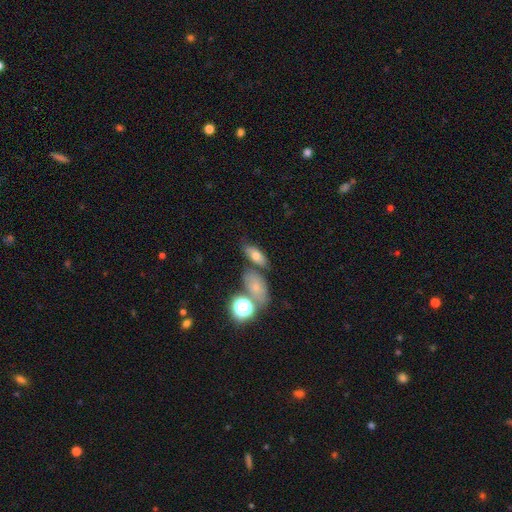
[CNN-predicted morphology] The model was most divided on "smooth or featured": smooth: 65%, featured or disk: 22%, star or artifact: 13%. More confident: how rounded — in between (78%); merging — none (65%).